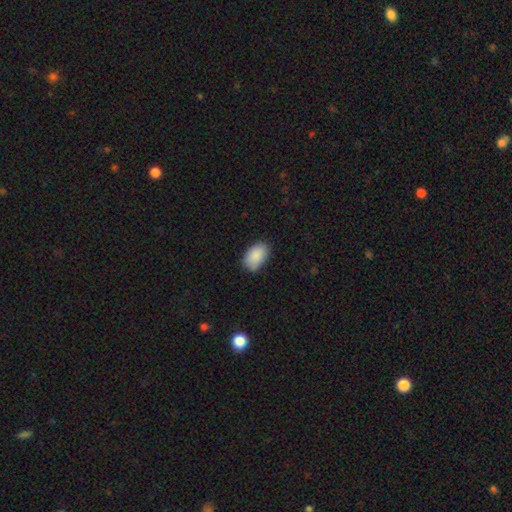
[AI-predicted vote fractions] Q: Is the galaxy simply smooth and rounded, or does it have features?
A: smooth — 89%.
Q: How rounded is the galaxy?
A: in between — 92%.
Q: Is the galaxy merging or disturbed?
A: none — 76%.